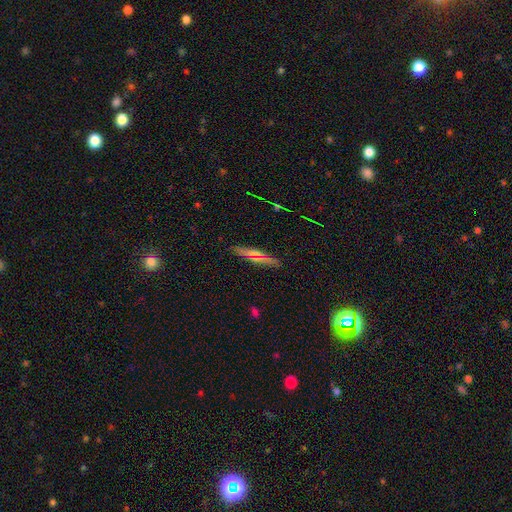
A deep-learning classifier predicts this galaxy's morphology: smooth-or-featured: smooth: 56% | featured or disk: 30% | star or artifact: 14%
  how-rounded: cigar-shaped: 77% | in between: 19% | round: 4%
  merging: none: 87% | minor disturbance: 9% | major disturbance: 2% | merger: 1%